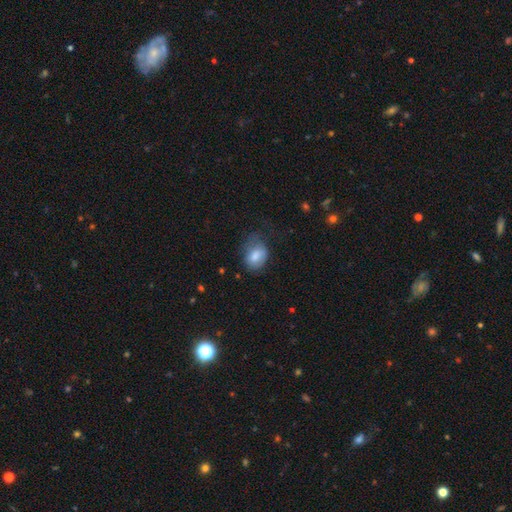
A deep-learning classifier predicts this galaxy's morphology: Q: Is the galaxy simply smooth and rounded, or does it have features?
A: smooth — 76%.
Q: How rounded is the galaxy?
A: in between — 71%.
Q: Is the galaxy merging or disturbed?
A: none — 38%.